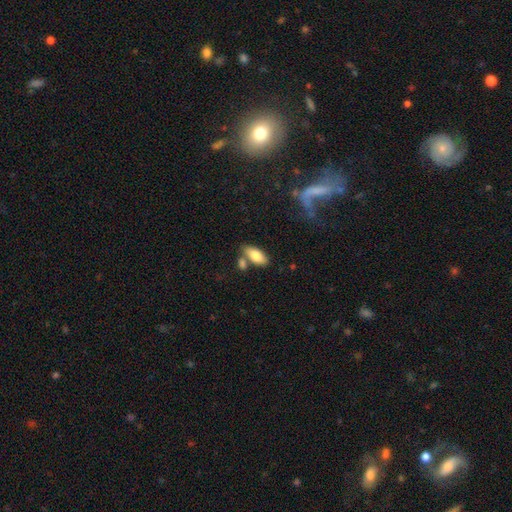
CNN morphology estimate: This appears to be a smooth galaxy with no disk features (80%) that is in between round and cigar-shaped (87%). Merging: none (64%).